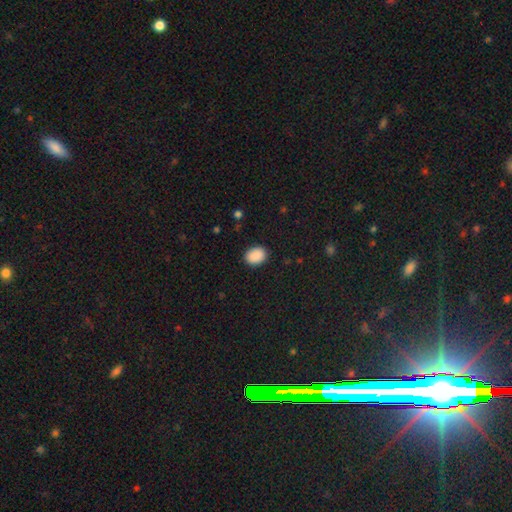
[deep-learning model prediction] The model was most divided on "how rounded": in between: 61%, round: 38%, cigar-shaped: 1%. More confident: smooth or featured — smooth (90%); merging — none (89%).